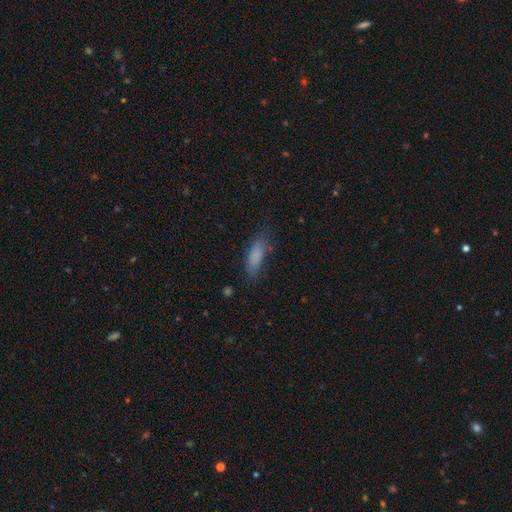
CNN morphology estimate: Smooth or featured?
  - smooth: 82% *
  - featured or disk: 9%
  - star or artifact: 9%
How rounded?
  - in between: 64% *
  - cigar-shaped: 34%
  - round: 2%
Merging?
  - none: 68% *
  - minor disturbance: 22%
  - major disturbance: 8%
  - merger: 2%